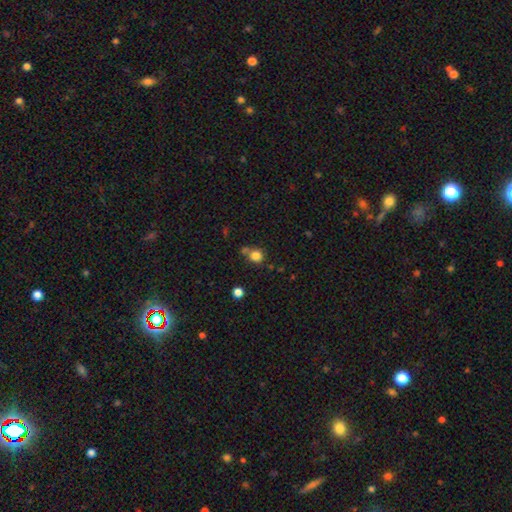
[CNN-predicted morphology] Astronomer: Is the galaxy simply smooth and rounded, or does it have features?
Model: smooth — 82%.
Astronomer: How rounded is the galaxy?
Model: round — 89%.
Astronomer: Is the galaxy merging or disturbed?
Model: none — 62%.